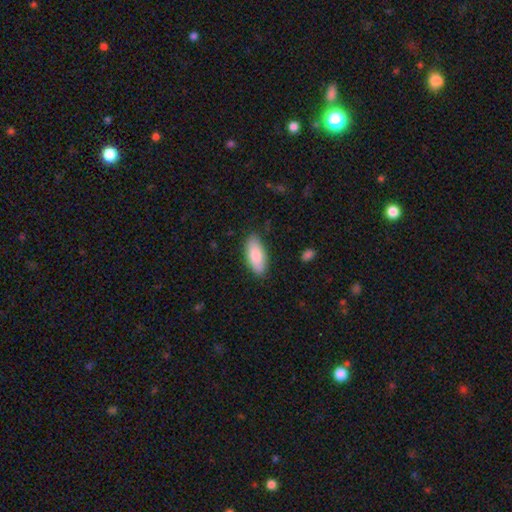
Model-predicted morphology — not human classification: Smooth or featured: smooth — 83% (featured or disk — 11%)
How rounded: in between — 85% (cigar-shaped — 14%)
Merging: none — 84% (minor disturbance — 13%)